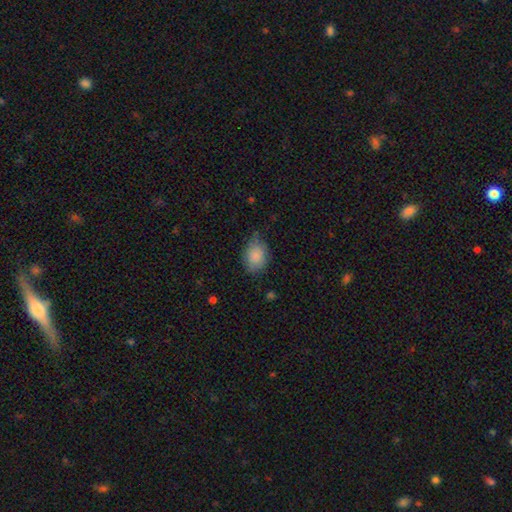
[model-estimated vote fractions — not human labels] smooth-or-featured: smooth: 84% | featured or disk: 8% | star or artifact: 8%
  how-rounded: in between: 65% | round: 34% | cigar-shaped: 1%
  merging: none: 64% | minor disturbance: 29% | major disturbance: 6% | merger: 2%